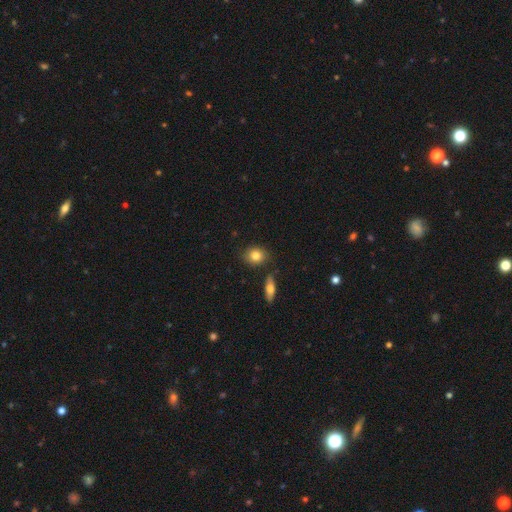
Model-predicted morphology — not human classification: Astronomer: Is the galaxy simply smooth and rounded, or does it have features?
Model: smooth — 82%.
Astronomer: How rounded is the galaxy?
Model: round — 61%.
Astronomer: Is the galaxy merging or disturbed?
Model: none — 79%.